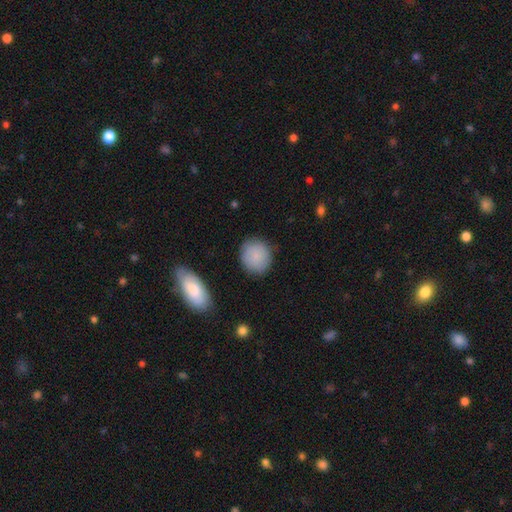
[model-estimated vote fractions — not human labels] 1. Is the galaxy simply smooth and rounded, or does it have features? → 84% smooth, 9% featured or disk, 7% star or artifact.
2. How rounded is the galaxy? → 87% round, 12% in between, 1% cigar-shaped.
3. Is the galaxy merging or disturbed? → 86% none, 10% minor disturbance, 3% major disturbance, 2% merger.